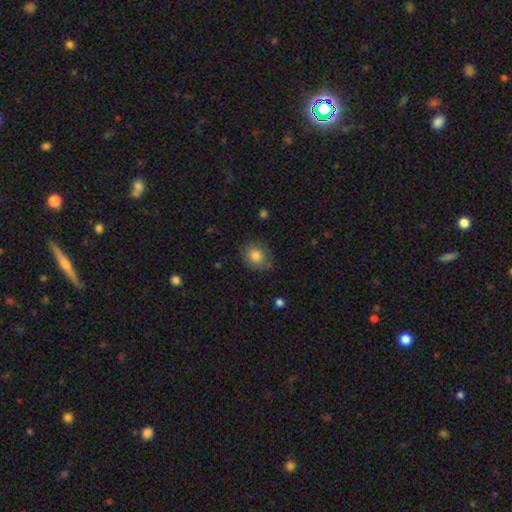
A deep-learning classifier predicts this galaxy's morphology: This is clearly a smooth galaxy (83%). How rounded: possibly round (59%). Merging: likely none (70%).